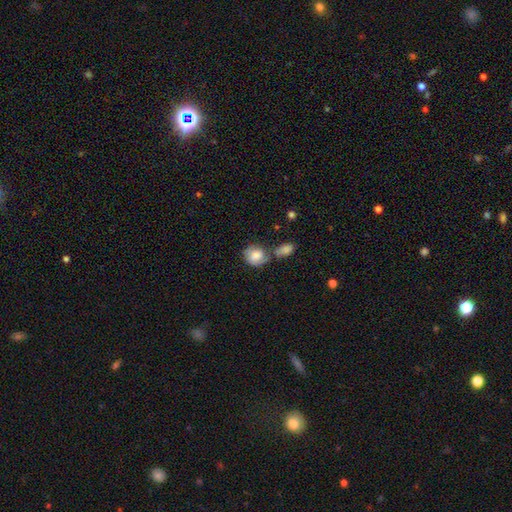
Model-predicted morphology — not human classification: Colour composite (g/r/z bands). It shows a smooth galaxy with no disk features (73%) that is round (61%). Merging: none (38%).